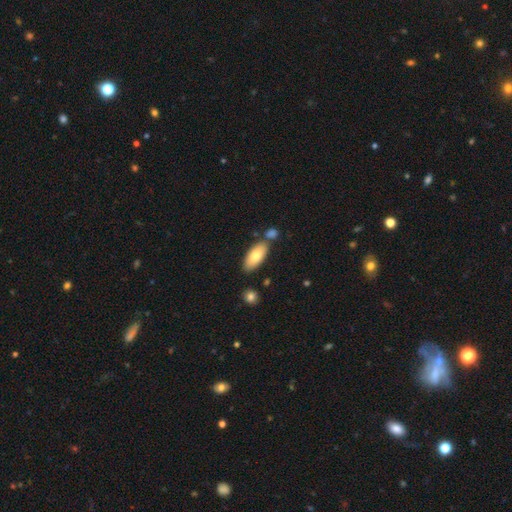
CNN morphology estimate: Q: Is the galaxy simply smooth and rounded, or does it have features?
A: smooth — 76%.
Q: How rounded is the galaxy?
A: in between — 86%.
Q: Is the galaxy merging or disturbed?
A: none — 72%.